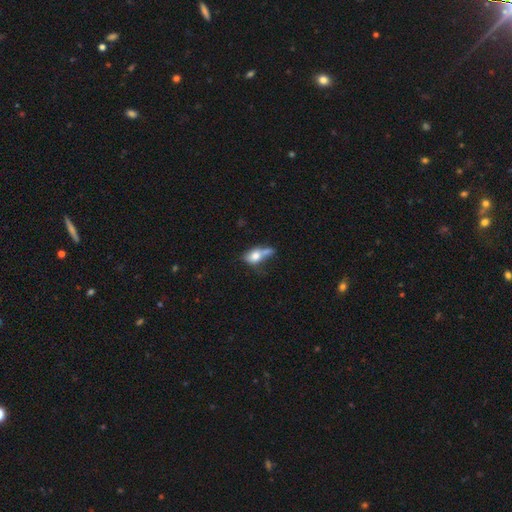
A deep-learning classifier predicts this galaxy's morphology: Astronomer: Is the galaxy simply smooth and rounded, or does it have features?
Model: smooth — 68%.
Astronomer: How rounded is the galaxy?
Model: in between — 72%.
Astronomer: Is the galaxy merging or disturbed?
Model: merger — 42% (runner-up: none, 24%).